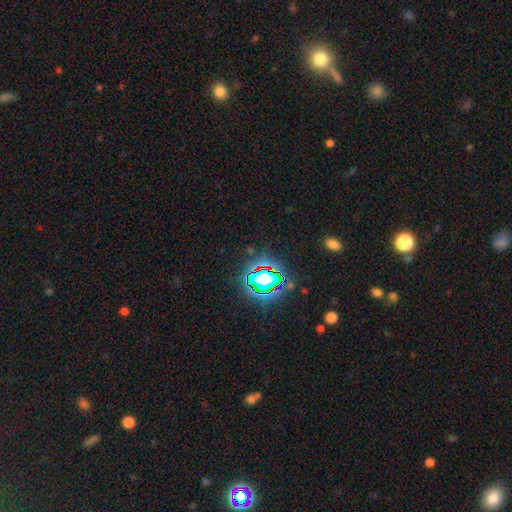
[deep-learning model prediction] smooth_or_featured: star or artifact (p=0.81) [alt: smooth p=0.12]